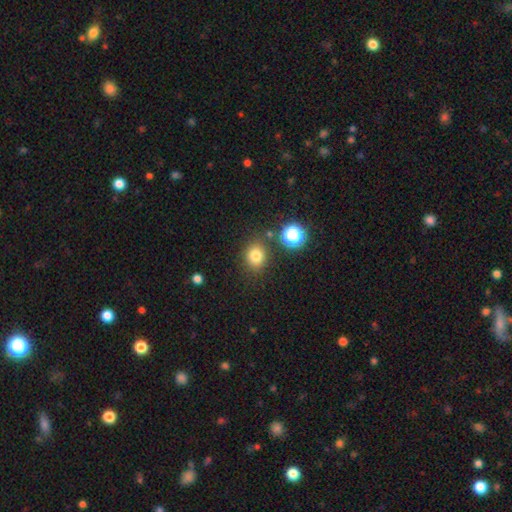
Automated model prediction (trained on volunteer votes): Smooth or featured?
  - smooth: 78% *
  - star or artifact: 15%
  - featured or disk: 7%
How rounded?
  - round: 68% *
  - in between: 31%
  - cigar-shaped: 1%
Merging?
  - none: 81% *
  - minor disturbance: 11%
  - merger: 5%
  - major disturbance: 4%